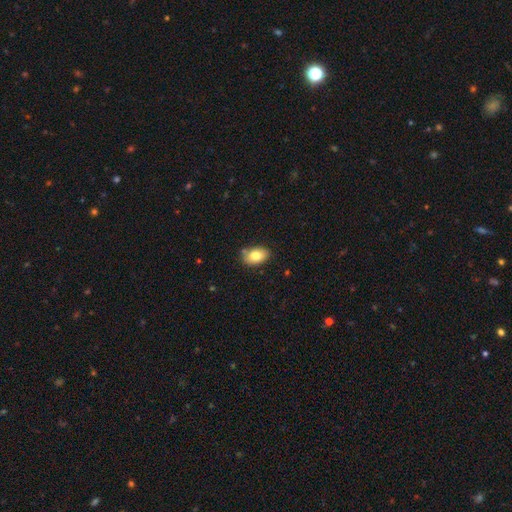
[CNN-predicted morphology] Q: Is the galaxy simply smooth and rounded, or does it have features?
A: smooth — 80%.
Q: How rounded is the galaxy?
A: in between — 88%.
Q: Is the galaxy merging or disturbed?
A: none — 80%.